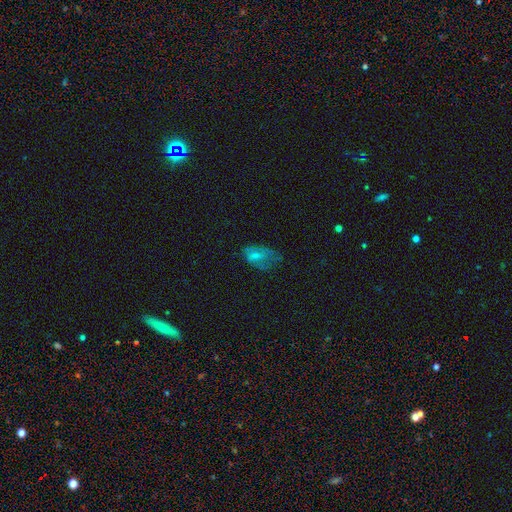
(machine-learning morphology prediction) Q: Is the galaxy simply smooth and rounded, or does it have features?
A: smooth — 51%.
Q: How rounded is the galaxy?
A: in between — 88%.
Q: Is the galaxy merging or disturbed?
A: none — 38%.